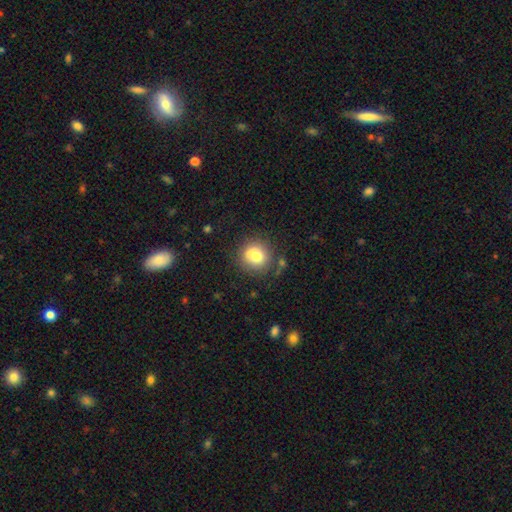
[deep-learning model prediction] smooth-or-featured: smooth: 74% | featured or disk: 15% | star or artifact: 11%
  how-rounded: round: 90% | in between: 9% | cigar-shaped: 1%
  merging: none: 70% | minor disturbance: 14% | merger: 12% | major disturbance: 5%